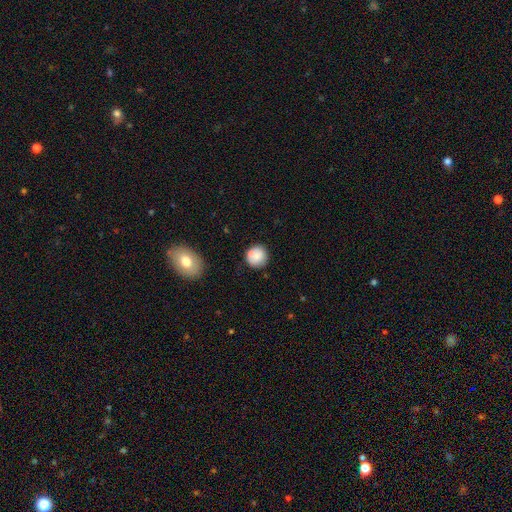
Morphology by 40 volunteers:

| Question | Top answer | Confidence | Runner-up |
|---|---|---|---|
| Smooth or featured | smooth | 92% | star or artifact (8%) |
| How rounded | round | 92% | in between (8%) |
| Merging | none | 89% | minor disturbance (8%) |